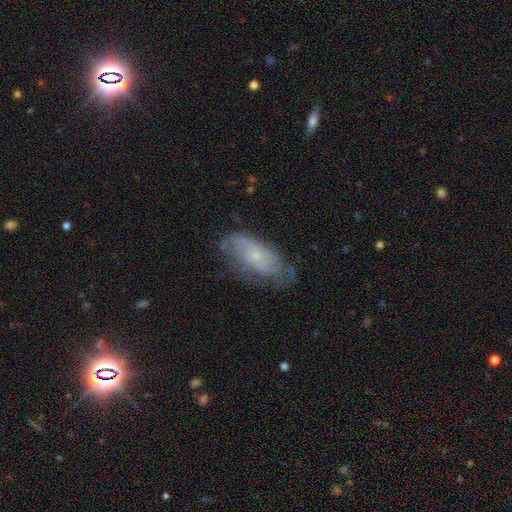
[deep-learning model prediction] Smooth or featured? Predicted: featured or disk (p=0.64). Edge-on disk? Predicted: no (p=0.93). Bar? Predicted: no (p=0.79). Spiral arms? Predicted: yes (p=0.83). Bulge size? Predicted: small (p=0.79). Merging? Predicted: none (p=0.58).